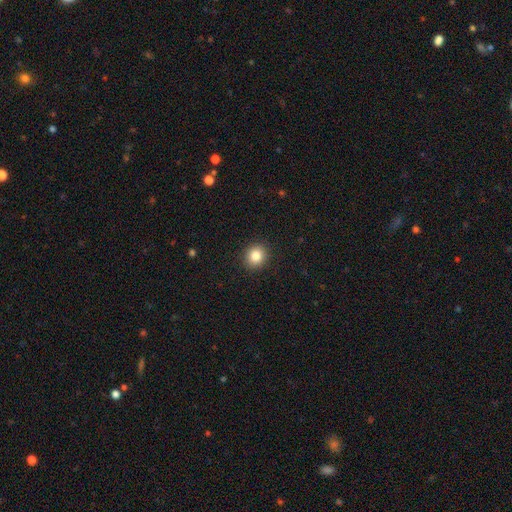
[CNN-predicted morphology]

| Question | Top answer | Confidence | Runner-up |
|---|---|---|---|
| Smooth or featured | smooth | 84% | star or artifact (10%) |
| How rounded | round | 86% | in between (13%) |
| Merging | none | 92% | minor disturbance (5%) |